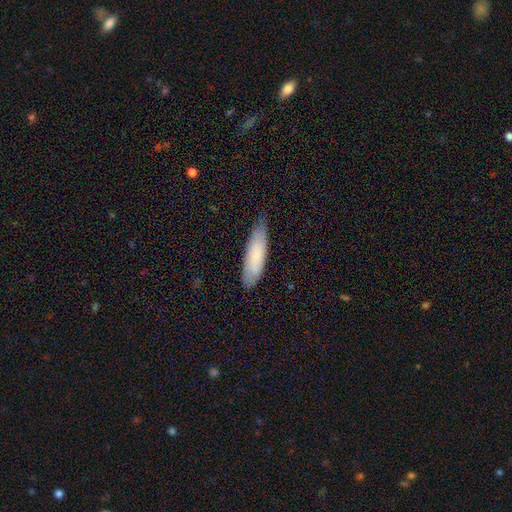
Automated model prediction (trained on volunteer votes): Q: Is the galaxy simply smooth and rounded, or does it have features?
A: smooth — 78%.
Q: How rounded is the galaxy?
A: cigar-shaped — 54%.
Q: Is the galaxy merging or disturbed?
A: none — 69%.